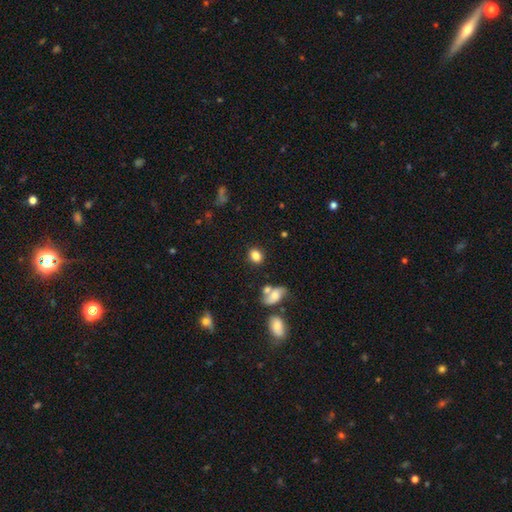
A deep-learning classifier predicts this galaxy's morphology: A smooth galaxy with no disk features (83%) that is in between round and cigar-shaped (50%).

Vote fractions:
- Smooth or featured? smooth: 83% / star or artifact: 10% / featured or disk: 6%
- How rounded? in between: 50% / round: 49% / cigar-shaped: 1%
- Merging? none: 80% / minor disturbance: 10% / merger: 7% / major disturbance: 3%